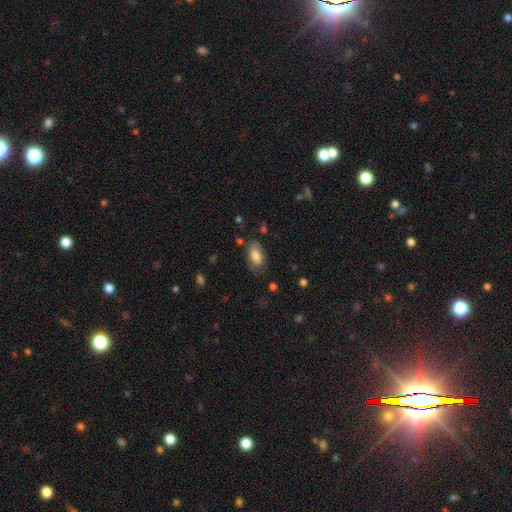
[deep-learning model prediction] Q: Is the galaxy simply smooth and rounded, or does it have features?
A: smooth — 77%.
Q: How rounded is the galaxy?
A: in between — 91%.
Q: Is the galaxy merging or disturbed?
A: none — 69%.